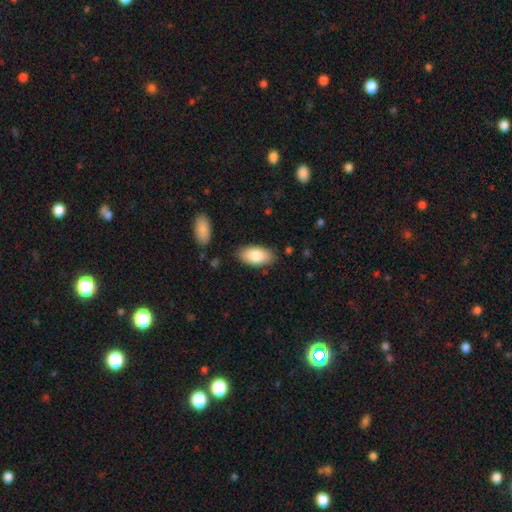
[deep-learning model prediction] smooth-or-featured: smooth: 83% | featured or disk: 11% | star or artifact: 6%
  how-rounded: in between: 94% | cigar-shaped: 4% | round: 3%
  merging: none: 84% | minor disturbance: 11% | major disturbance: 3% | merger: 2%